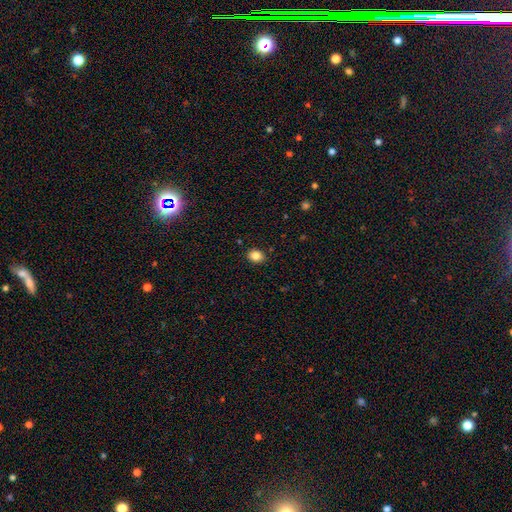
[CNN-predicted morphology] type=smooth (85%); roundness=in between (52%); merging=none (89%).